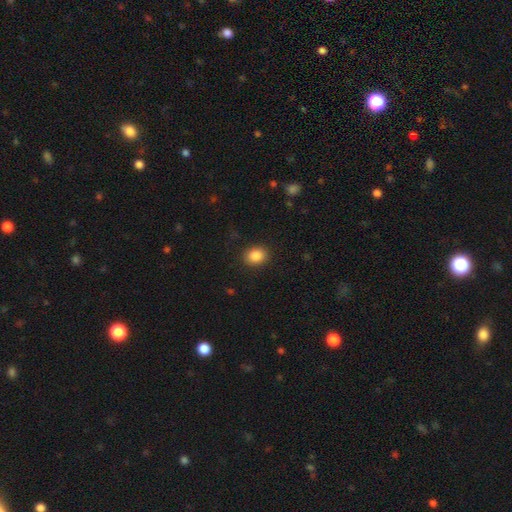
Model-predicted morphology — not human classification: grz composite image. It shows a smooth galaxy with no disk features (87%) that is round (52%). Merging: none (88%).